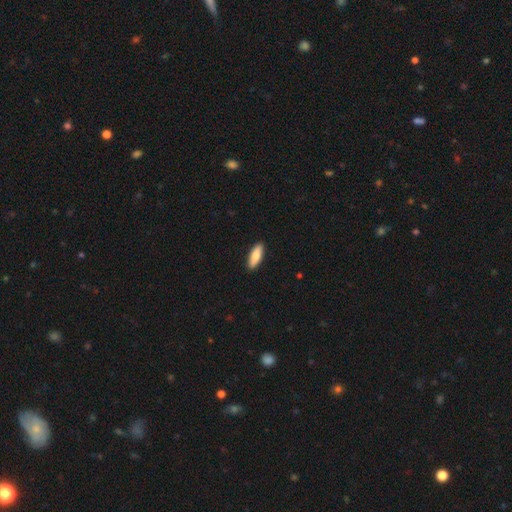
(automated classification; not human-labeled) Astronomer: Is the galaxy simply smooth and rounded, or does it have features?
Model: smooth — 83%.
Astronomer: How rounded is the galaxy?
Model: in between — 58% (runner-up: cigar-shaped, 40%).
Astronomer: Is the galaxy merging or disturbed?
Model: none — 90%.